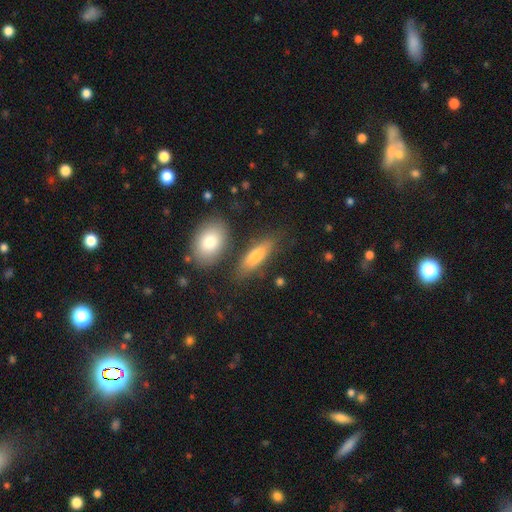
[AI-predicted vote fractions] smooth-or-featured: smooth: 69% | featured or disk: 23% | star or artifact: 8%
  how-rounded: in between: 56% | cigar-shaped: 40% | round: 4%
  merging: none: 73% | minor disturbance: 14% | merger: 9% | major disturbance: 4%